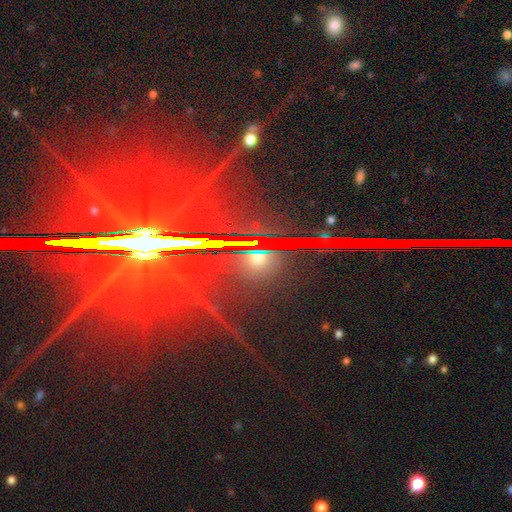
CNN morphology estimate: smooth-or-featured: star or artifact: 82% | featured or disk: 12% | smooth: 6%